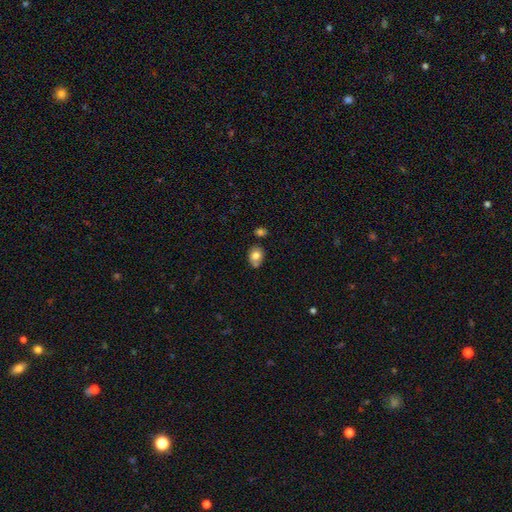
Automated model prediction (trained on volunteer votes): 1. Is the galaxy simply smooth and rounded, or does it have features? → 78% smooth, 13% featured or disk, 9% star or artifact.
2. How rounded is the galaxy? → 56% in between, 43% round, 1% cigar-shaped.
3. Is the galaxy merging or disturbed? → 58% none, 25% minor disturbance, 13% merger, 5% major disturbance.